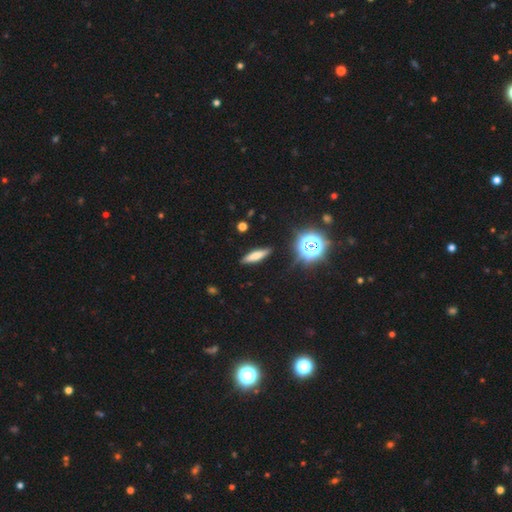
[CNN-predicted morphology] smooth 61%, featured or disk 25%, star or artifact 14%. Down the decision tree: how rounded — cigar-shaped (74%); merging — none (87%).